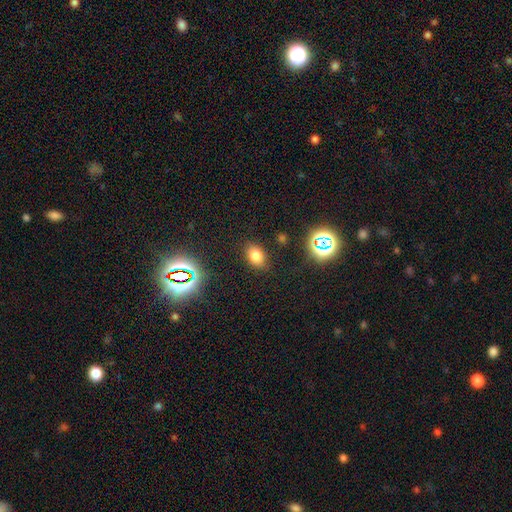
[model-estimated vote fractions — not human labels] smooth_or_featured: smooth (p=0.73) [alt: star or artifact p=0.18]
how_rounded: in between (p=0.80) [alt: round p=0.19]
merging: none (p=0.83) [alt: minor disturbance p=0.11]